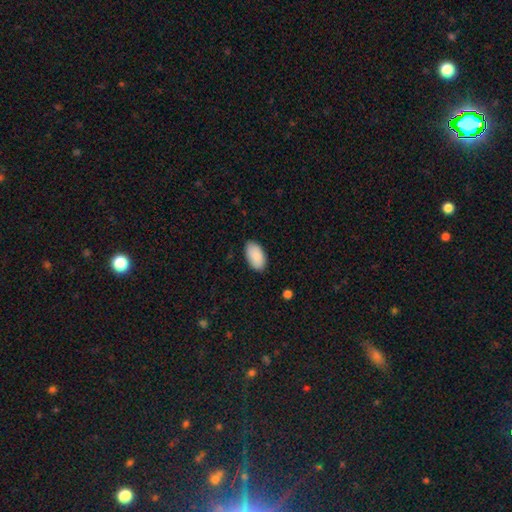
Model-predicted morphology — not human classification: This appears to be a smooth galaxy with no disk features (90%) that is in between round and cigar-shaped (96%). Merging: none (86%).